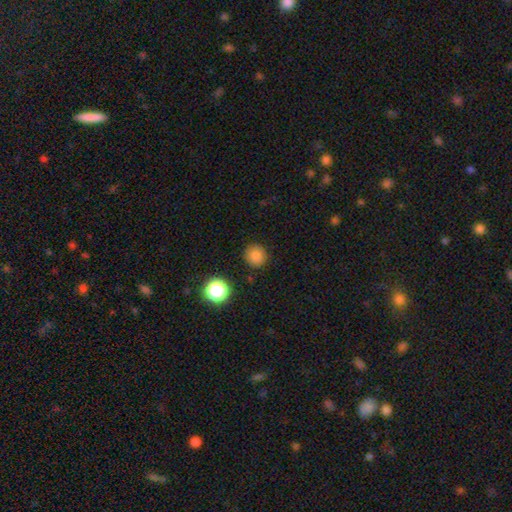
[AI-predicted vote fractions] Morphology: type=smooth (82%); roundness=round (93%); merging=none (89%).